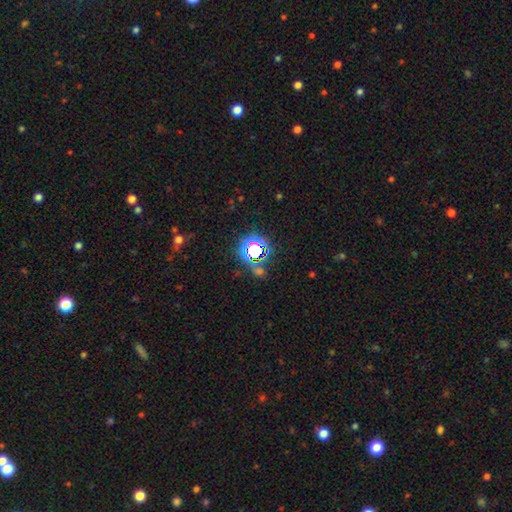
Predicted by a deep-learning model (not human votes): Smooth or featured? star or artifact (75%)